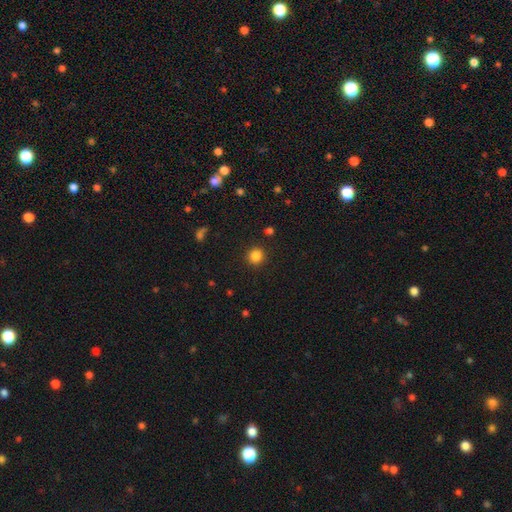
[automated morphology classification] Smooth or featured? Predicted: smooth (p=0.85). How rounded? Predicted: round (p=0.90). Merging? Predicted: none (p=0.91).